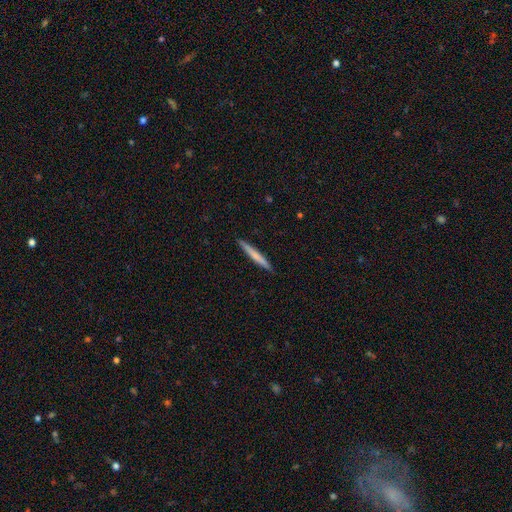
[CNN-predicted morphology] type=smooth (60%); roundness=cigar-shaped (96%); merging=none (92%).